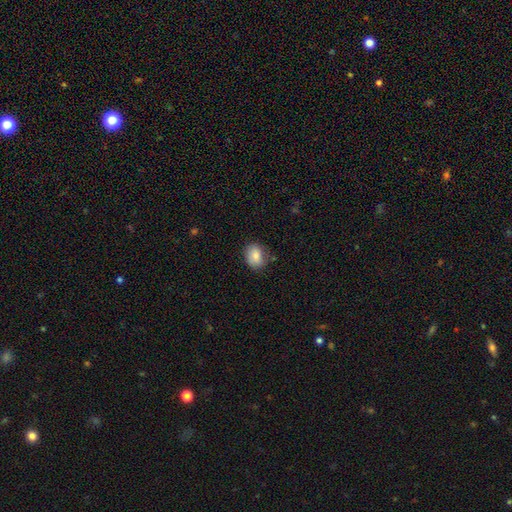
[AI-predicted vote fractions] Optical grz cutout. It shows a smooth galaxy with no disk features (82%) that is in between round and cigar-shaped (60%). Merging: none (78%).